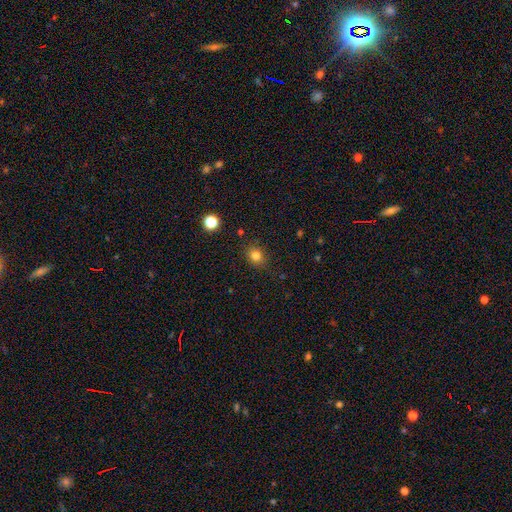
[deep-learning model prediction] smooth_or_featured: smooth (p=0.81) [alt: star or artifact p=0.13]
how_rounded: round (p=0.68) [alt: in between p=0.31]
merging: none (p=0.84) [alt: minor disturbance p=0.11]